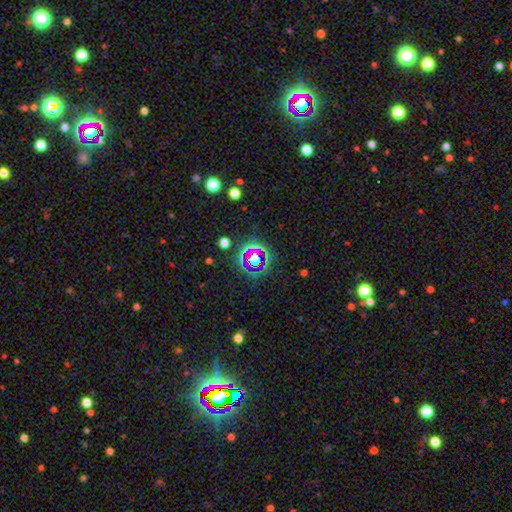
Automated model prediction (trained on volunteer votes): This appears to be a star or artifact, not a galaxy (67%).